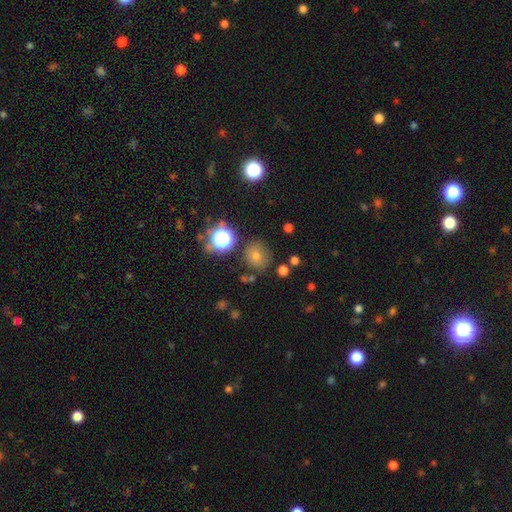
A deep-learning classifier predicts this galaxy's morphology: Smooth or featured?
  - smooth: 62% *
  - star or artifact: 27%
  - featured or disk: 11%
How rounded?
  - round: 78% *
  - in between: 21%
  - cigar-shaped: 1%
Merging?
  - none: 78% *
  - minor disturbance: 13%
  - merger: 5%
  - major disturbance: 4%